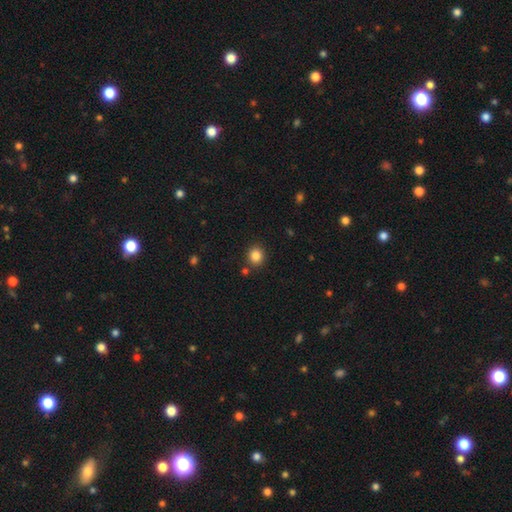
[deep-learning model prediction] This appears to be a smooth galaxy with no disk features (85%) that is round (82%). Merging: none (86%).